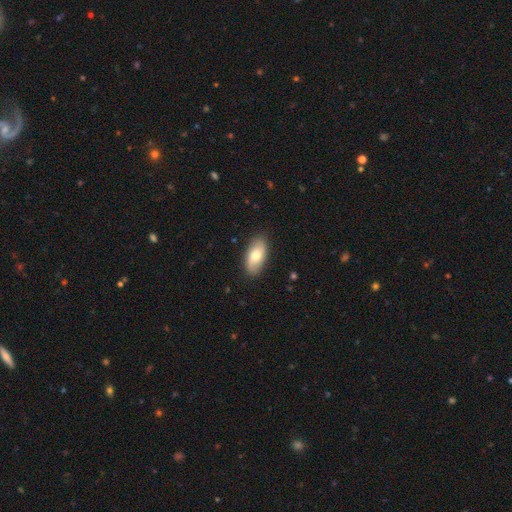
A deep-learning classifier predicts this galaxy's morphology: smooth 69%, featured or disk 25%, star or artifact 6%. Down the decision tree: how rounded — in between (92%); merging — none (86%).